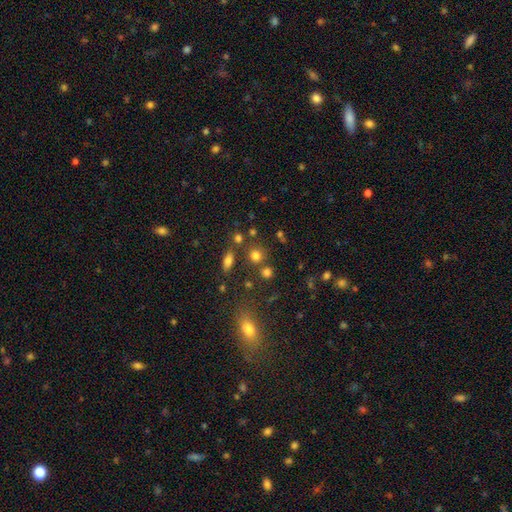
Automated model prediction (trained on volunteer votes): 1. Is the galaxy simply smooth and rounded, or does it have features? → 75% smooth, 17% star or artifact, 7% featured or disk.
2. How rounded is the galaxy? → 86% round, 13% in between, 1% cigar-shaped.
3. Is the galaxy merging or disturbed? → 75% none, 12% merger, 9% minor disturbance, 4% major disturbance.